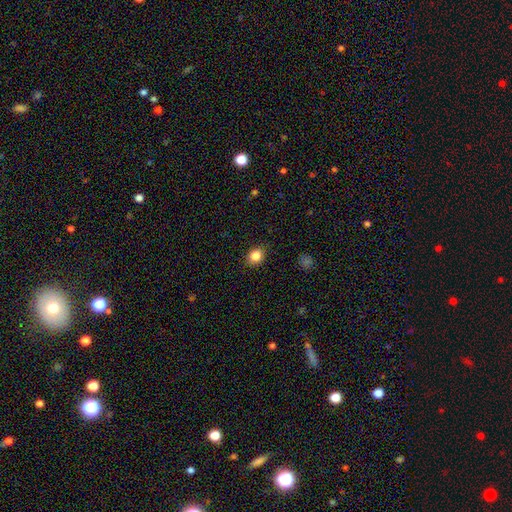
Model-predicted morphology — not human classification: A smooth galaxy with no disk features (84%) that is round (57%). Merging: none (86%).